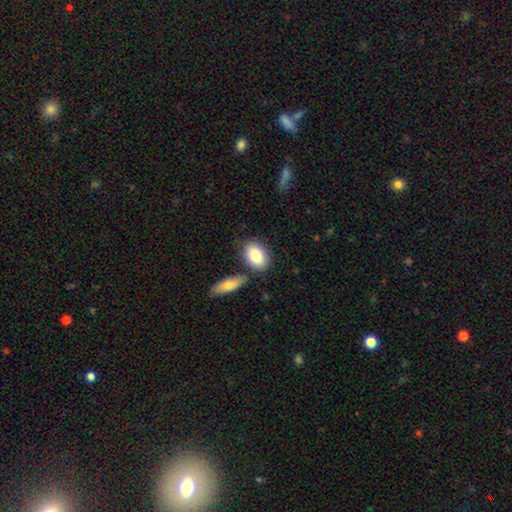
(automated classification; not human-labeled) Smooth or featured?
  - smooth: 82% *
  - featured or disk: 12%
  - star or artifact: 7%
How rounded?
  - in between: 82% *
  - round: 16%
  - cigar-shaped: 2%
Merging?
  - none: 72% *
  - merger: 13%
  - minor disturbance: 12%
  - major disturbance: 3%